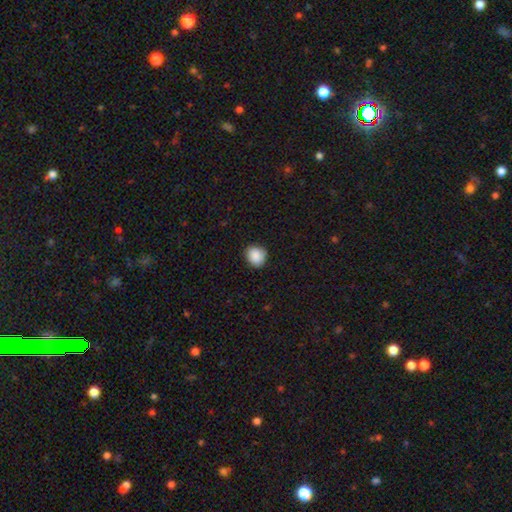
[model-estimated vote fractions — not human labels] Smooth or featured: smooth — 89% (star or artifact — 8%)
How rounded: round — 77% (in between — 22%)
Merging: none — 85% (minor disturbance — 12%)